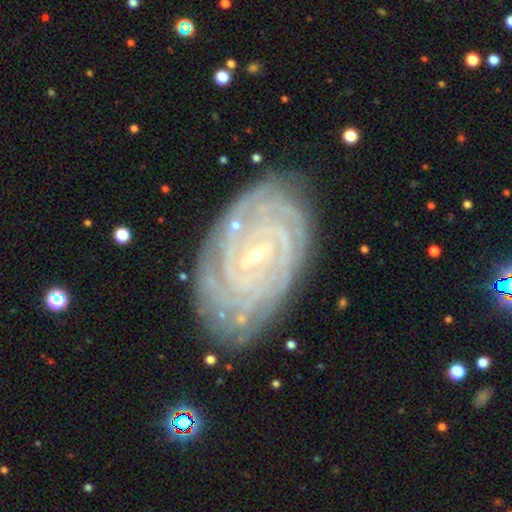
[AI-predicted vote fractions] A featured or disk galaxy (90%) with no bar (41%), 4 (23%) tight (88%) spiral arms (98%) and a small central bulge (87%).

Vote fractions:
- Smooth or featured? featured or disk: 90% / star or artifact: 6% / smooth: 4%
- Edge-on disk? no: 97% / yes: 3%
- Bar? no: 41% / weak: 38% / strong: 21%
- Spiral arms? yes: 98% / no: 2%
- Spiral winding? tight: 88% / medium: 10% / loose: 2%
- Spiral arm count? 4: 23% / can't tell: 21% / more than 4: 17% / 2: 16% / 3: 14% / 1: 8%
- Bulge size? small: 87% / moderate: 9% / none: 2% / large: 1% / dominant: 1%
- Merging? none: 82% / minor disturbance: 13% / major disturbance: 3% / merger: 1%